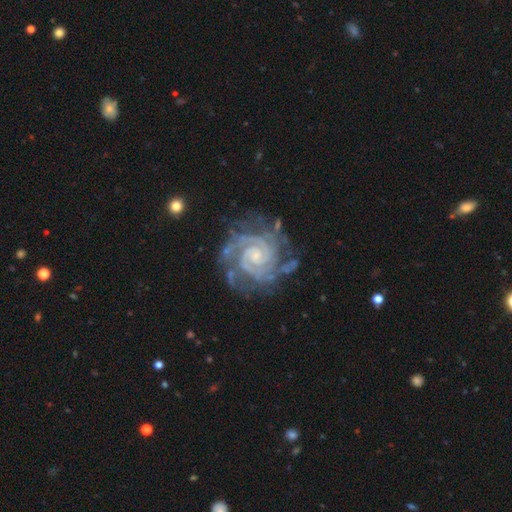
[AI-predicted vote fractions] Smooth or featured: featured or disk — 93% (star or artifact — 4%)
Edge-on disk: no — 98% (yes — 2%)
Bar: no — 55% (weak — 33%)
Spiral arms: yes — 99% (no — 1%)
Spiral winding: tight — 78% (medium — 20%)
Spiral arm count: 2 — 59% (3 — 18%)
Bulge size: small — 64% (moderate — 23%)
Merging: none — 68% (minor disturbance — 20%)